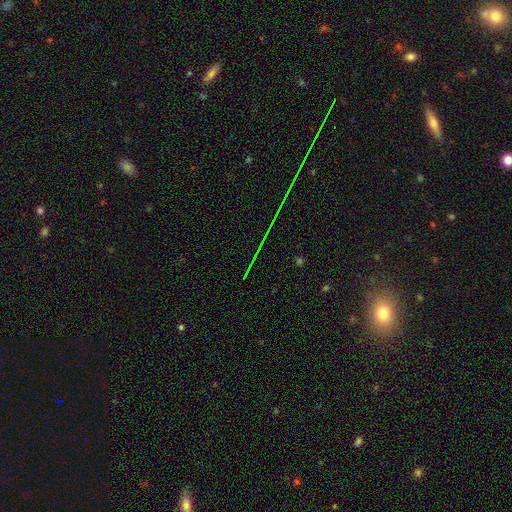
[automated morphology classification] Overall: star or artifact (78%).